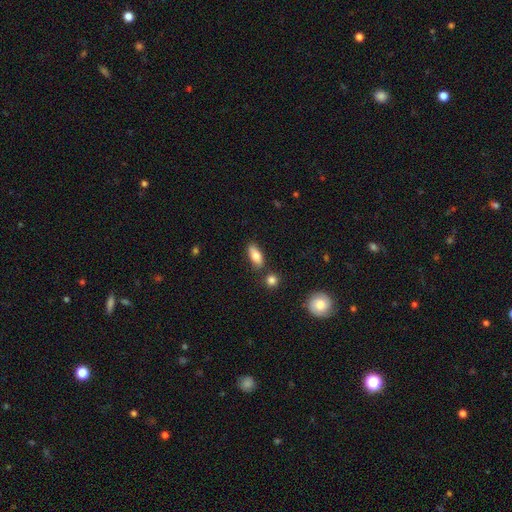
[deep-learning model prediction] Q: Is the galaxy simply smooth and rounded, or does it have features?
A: smooth — 79%.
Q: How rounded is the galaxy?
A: in between — 79%.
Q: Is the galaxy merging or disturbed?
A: none — 78%.